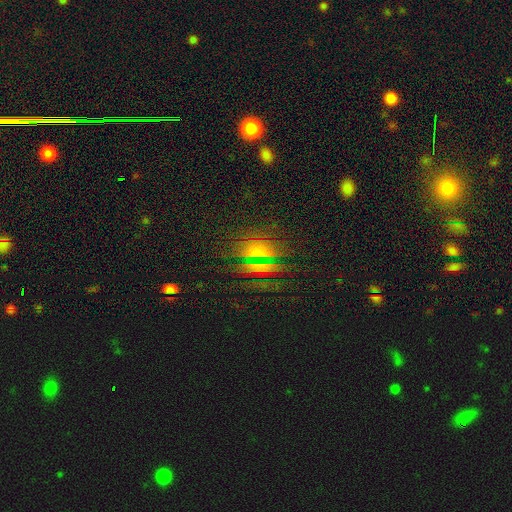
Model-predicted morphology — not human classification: Smooth or featured? star or artifact (44%)